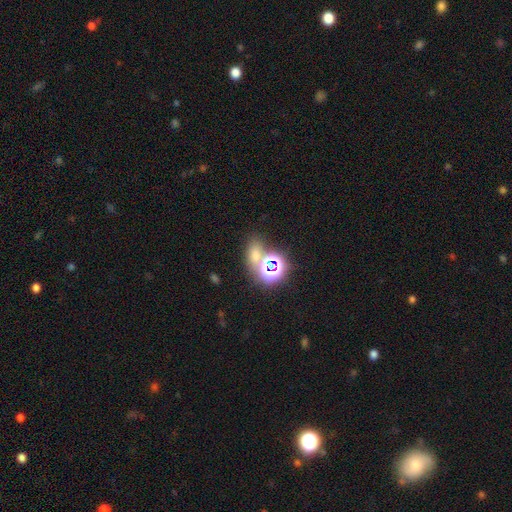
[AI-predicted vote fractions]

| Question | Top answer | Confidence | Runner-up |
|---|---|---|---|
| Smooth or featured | smooth | 49% | star or artifact (42%) |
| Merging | none | 62% | merger (21%) |